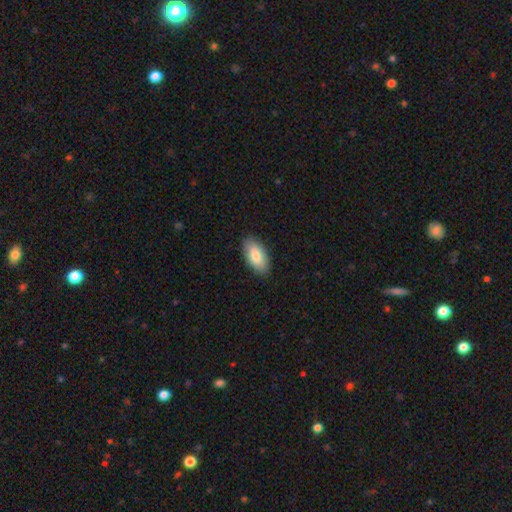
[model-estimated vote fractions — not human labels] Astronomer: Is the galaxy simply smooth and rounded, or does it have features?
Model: smooth — 81%.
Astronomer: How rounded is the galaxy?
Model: in between — 93%.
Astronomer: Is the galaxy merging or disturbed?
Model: none — 88%.